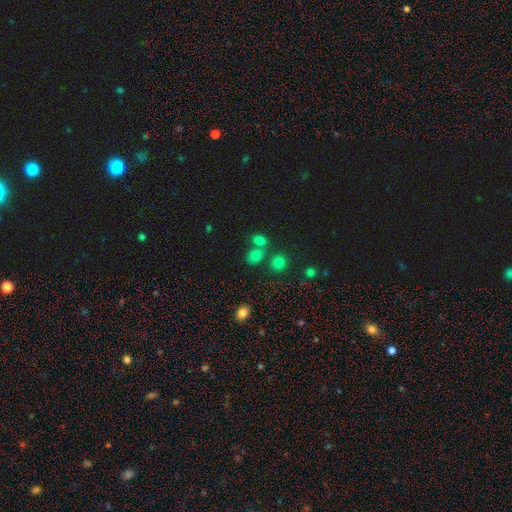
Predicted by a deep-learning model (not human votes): Morphology: type=smooth (74%); roundness=in between (55%); merging=none (56%).